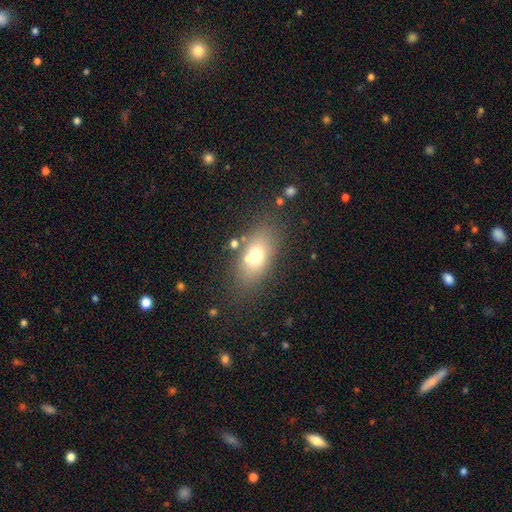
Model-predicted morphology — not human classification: Smooth or featured? smooth (68%)
How rounded? in between (79%)
Merging? none (69%)